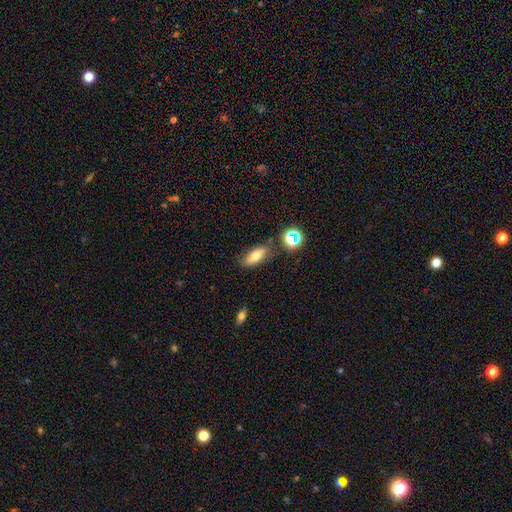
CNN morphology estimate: This is likely a smooth galaxy (71%). How rounded: likely in between (77%). Merging: likely none (75%).